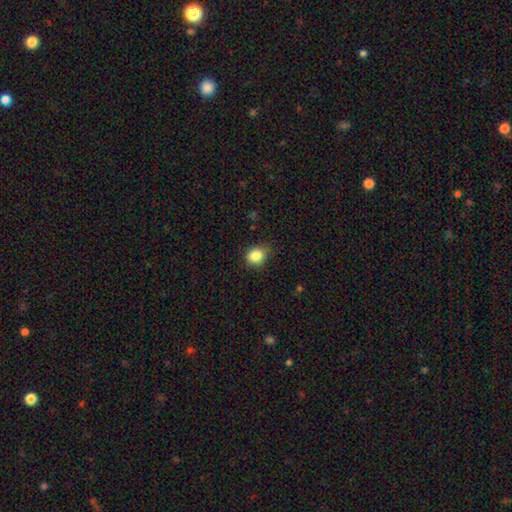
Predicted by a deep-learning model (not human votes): smooth 84%, star or artifact 10%, featured or disk 5%. Down the decision tree: how rounded — round (67%); merging — none (75%).